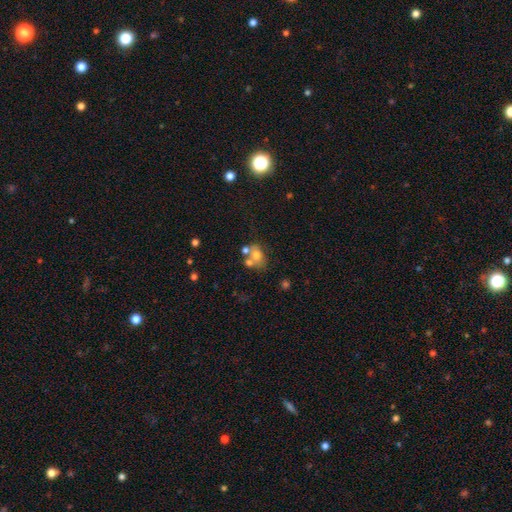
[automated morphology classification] Smooth or featured?
  - smooth: 63% *
  - featured or disk: 23%
  - star or artifact: 13%
How rounded?
  - in between: 59% *
  - round: 40%
  - cigar-shaped: 1%
Merging?
  - merger: 40% *
  - none: 37%
  - minor disturbance: 14%
  - major disturbance: 9%